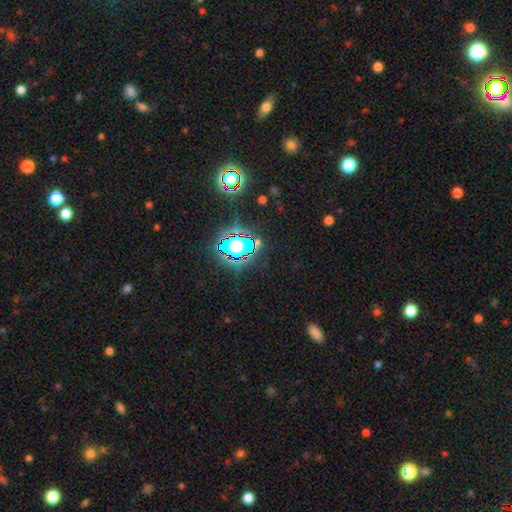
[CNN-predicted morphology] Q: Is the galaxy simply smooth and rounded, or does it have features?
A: star or artifact — 79%.